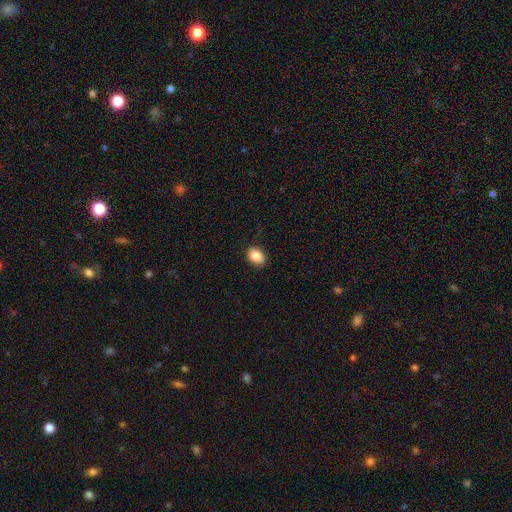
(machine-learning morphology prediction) Smooth or featured? Predicted: smooth (p=0.87). How rounded? Predicted: in between (p=0.72). Merging? Predicted: none (p=0.87).